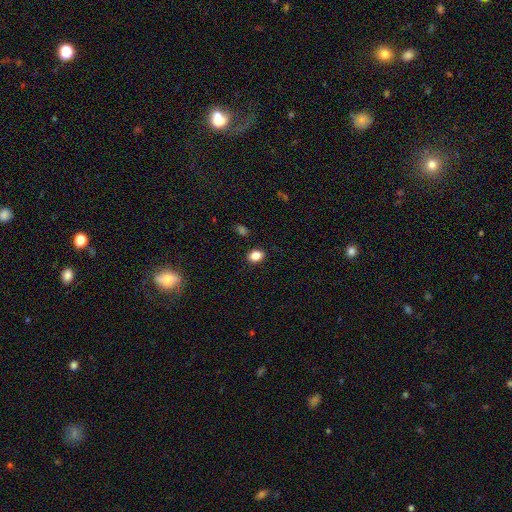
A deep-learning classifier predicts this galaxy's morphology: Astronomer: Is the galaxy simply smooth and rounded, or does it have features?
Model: smooth — 85%.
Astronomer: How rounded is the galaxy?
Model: in between — 60% (runner-up: round, 39%).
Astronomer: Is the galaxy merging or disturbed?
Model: none — 88%.